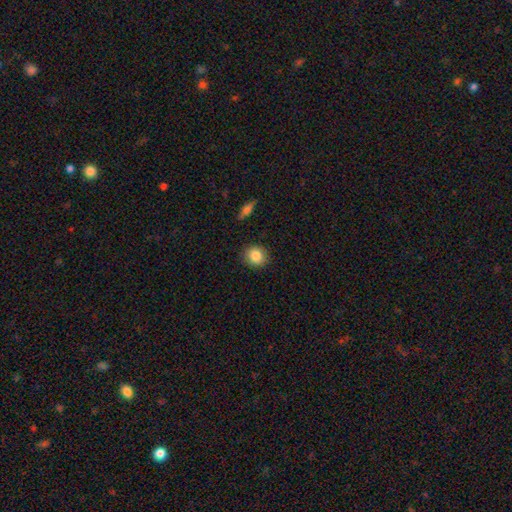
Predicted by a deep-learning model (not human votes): Q: Smooth or featured?
A: smooth (86%); runner-up: star or artifact (9%)
Q: How rounded?
A: round (82%); runner-up: in between (16%)
Q: Merging?
A: none (88%); runner-up: minor disturbance (8%)